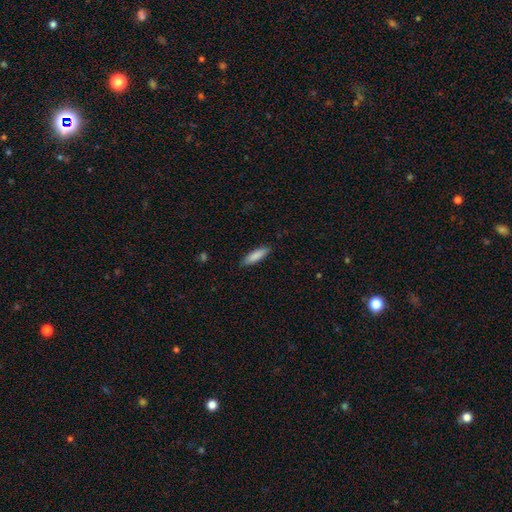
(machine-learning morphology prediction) type=smooth (86%); roundness=cigar-shaped (61%); merging=none (88%).